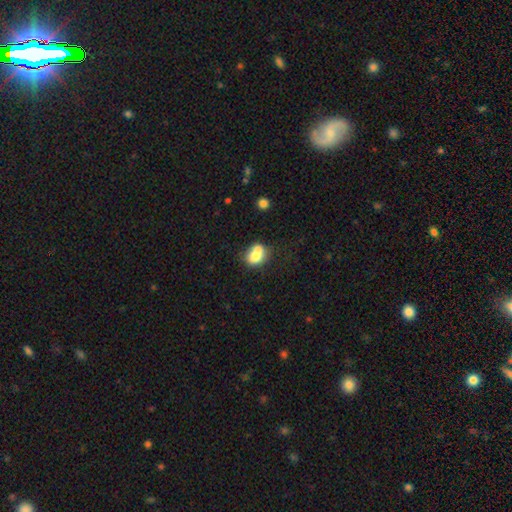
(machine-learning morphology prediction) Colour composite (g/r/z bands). It shows a smooth galaxy with no disk features (74%) that is in between round and cigar-shaped (50%). Merging: merger (41%).